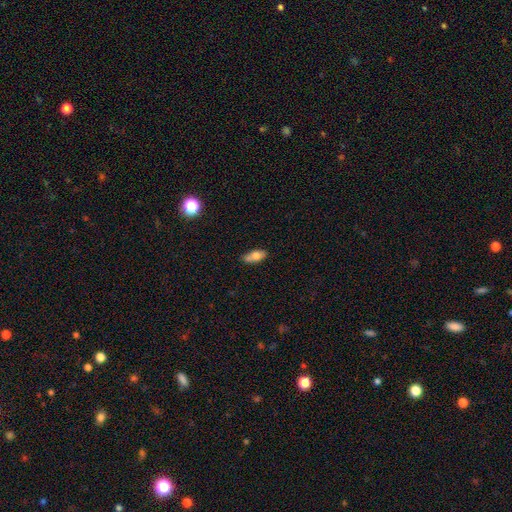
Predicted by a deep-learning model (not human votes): This appears to be a smooth galaxy with no disk features (72%) that is in between round and cigar-shaped (82%). Merging: none (57%).